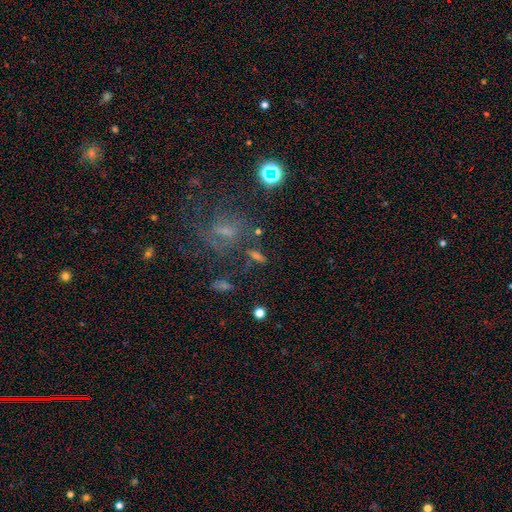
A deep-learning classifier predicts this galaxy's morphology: Smooth or featured: star or artifact — 35% (tied with smooth — 35%)